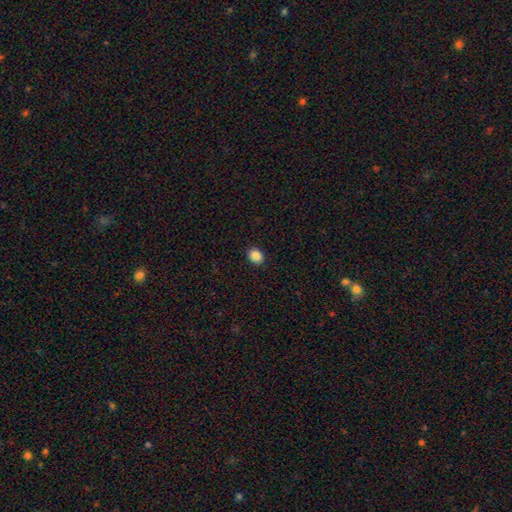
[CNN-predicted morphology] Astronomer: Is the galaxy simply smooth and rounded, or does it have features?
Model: smooth — 87%.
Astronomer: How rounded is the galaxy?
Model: round — 51% (runner-up: in between, 48%).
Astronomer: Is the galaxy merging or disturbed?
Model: none — 91%.